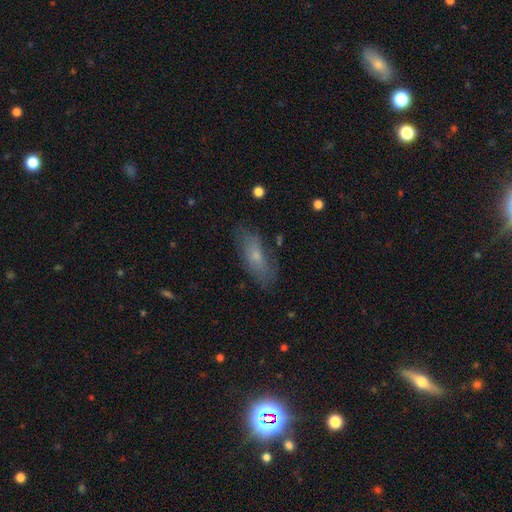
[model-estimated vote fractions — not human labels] smooth 61%, featured or disk 30%, star or artifact 8%. Down the decision tree: how rounded — in between (68%); merging — none (75%).